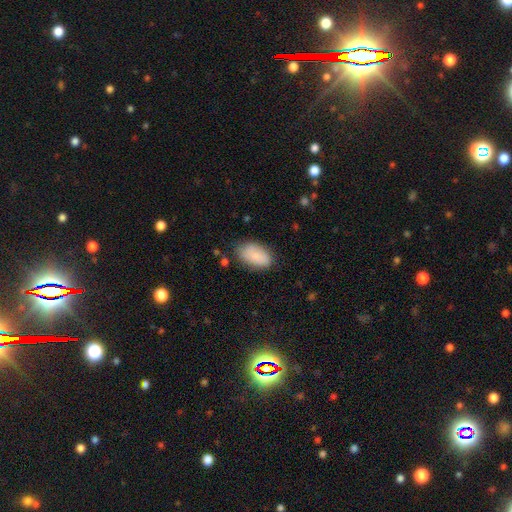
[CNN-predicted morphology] A smooth galaxy with no disk features (85%) that is in between round and cigar-shaped (94%). Merging: none (75%).